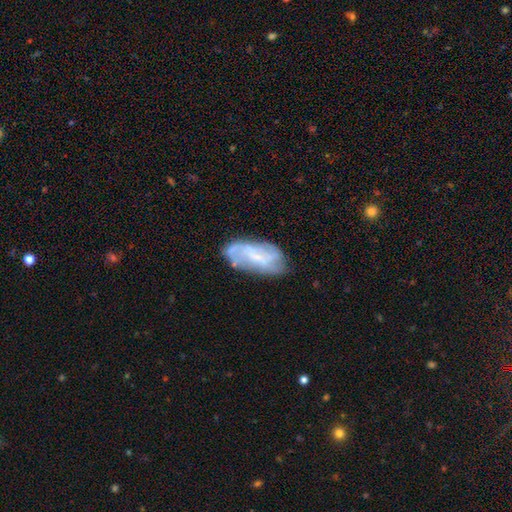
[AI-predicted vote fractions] A featured or disk galaxy (61%) with no bar (46%), spiral arms (69%) and a small central bulge (53%).

Vote fractions:
- Smooth or featured? featured or disk: 61% / smooth: 32% / star or artifact: 8%
- Edge-on disk? no: 94% / yes: 6%
- Bar? no: 46% / weak: 41% / strong: 14%
- Spiral arms? yes: 69% / no: 31%
- Bulge size? small: 53% / none: 27% / moderate: 18% / large: 2% / dominant: 1%
- Merging? none: 61% / minor disturbance: 25% / major disturbance: 11% / merger: 3%